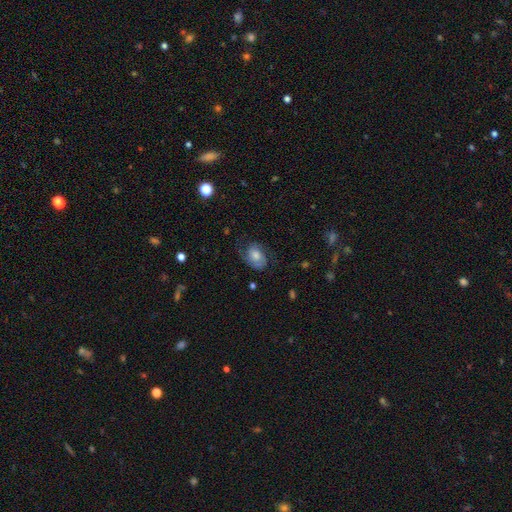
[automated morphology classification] Smooth or featured? Predicted: featured or disk (p=0.54). Edge-on disk? Predicted: no (p=0.96). Bar? Predicted: no (p=0.73). Spiral arms? Predicted: yes (p=0.85). Bulge size? Predicted: moderate (p=0.50). Merging? Predicted: none (p=0.57).